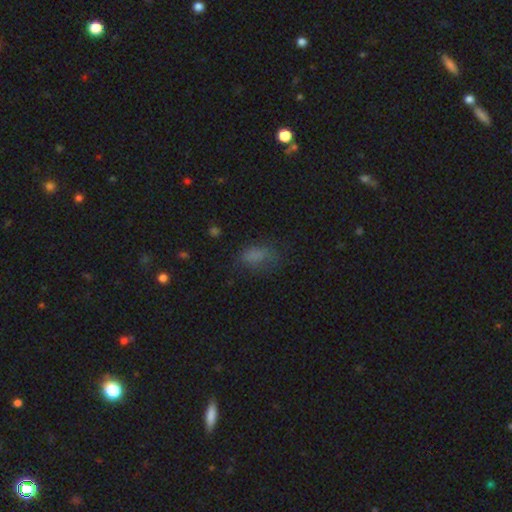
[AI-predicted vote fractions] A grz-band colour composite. It shows a smooth galaxy with no disk features (73%) that is in between round and cigar-shaped (85%). Merging: none (53%).